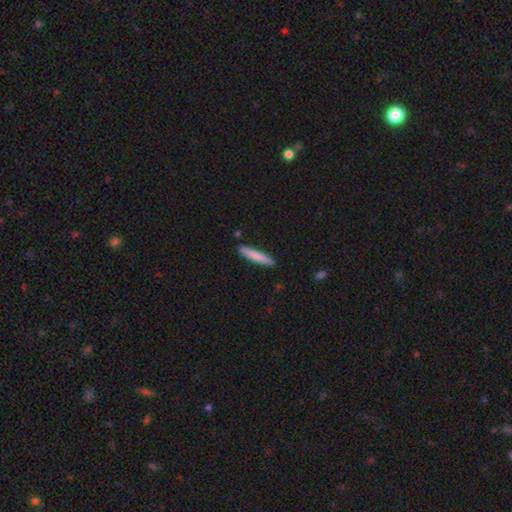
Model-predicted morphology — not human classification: smooth_or_featured: smooth (p=0.79) [alt: featured or disk p=0.16]
how_rounded: cigar-shaped (p=0.93) [alt: in between p=0.06]
merging: none (p=0.89) [alt: minor disturbance p=0.07]